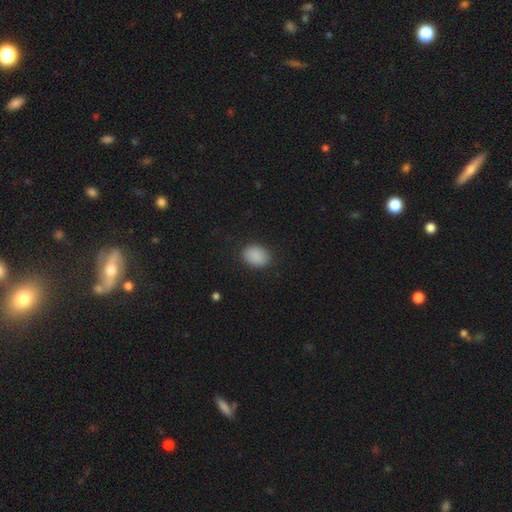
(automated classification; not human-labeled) Smooth or featured: smooth — 89% (star or artifact — 8%)
How rounded: in between — 64% (round — 35%)
Merging: none — 87% (minor disturbance — 9%)